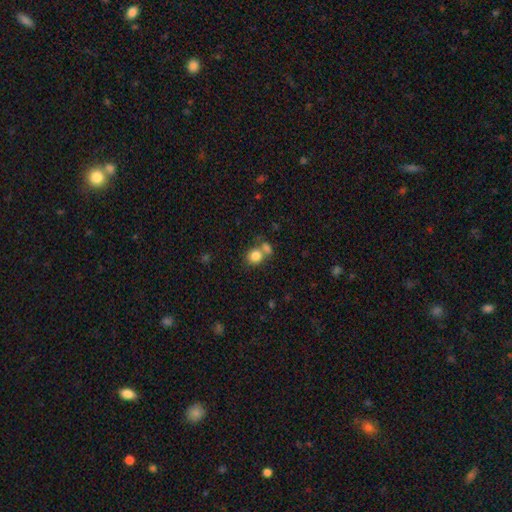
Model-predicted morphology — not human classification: Smooth or featured?
  - smooth: 83% *
  - star or artifact: 10%
  - featured or disk: 7%
How rounded?
  - round: 73% *
  - in between: 26%
  - cigar-shaped: 1%
Merging?
  - none: 47% *
  - merger: 39%
  - minor disturbance: 9%
  - major disturbance: 4%